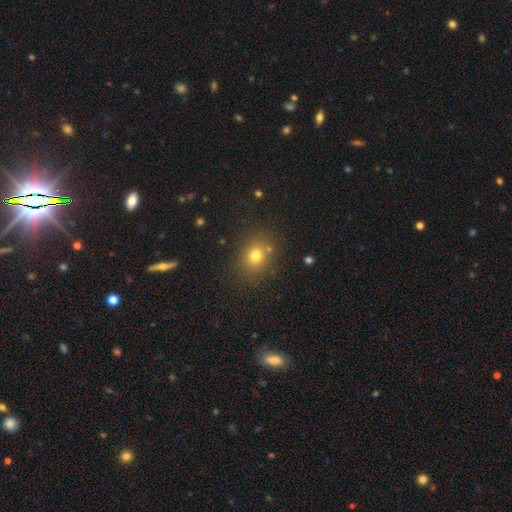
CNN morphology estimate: A smooth galaxy with no disk features (73%) that is round (60%).

Vote fractions:
- Smooth or featured? smooth: 73% / star or artifact: 17% / featured or disk: 10%
- How rounded? round: 60% / in between: 39% / cigar-shaped: 1%
- Merging? none: 82% / minor disturbance: 10% / merger: 4% / major disturbance: 3%